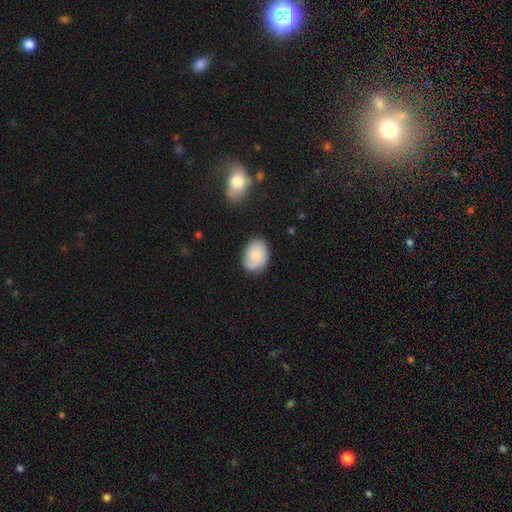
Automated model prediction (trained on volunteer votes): smooth_or_featured: smooth (p=0.77) [alt: featured or disk p=0.16]
how_rounded: in between (p=0.73) [alt: round p=0.26]
merging: none (p=0.78) [alt: minor disturbance p=0.17]